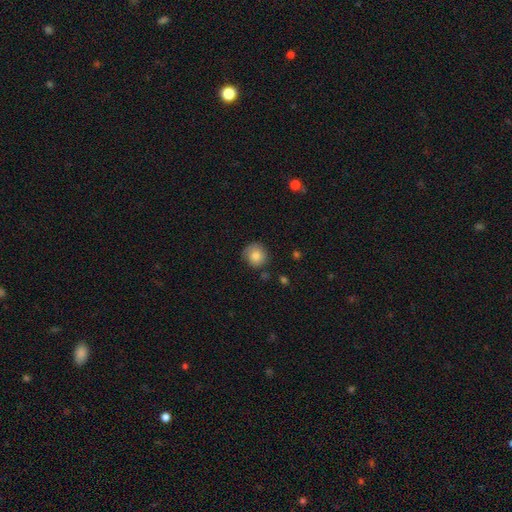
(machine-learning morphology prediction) This appears to be a smooth galaxy with no disk features (80%) that is round (91%). Merging: none (78%).